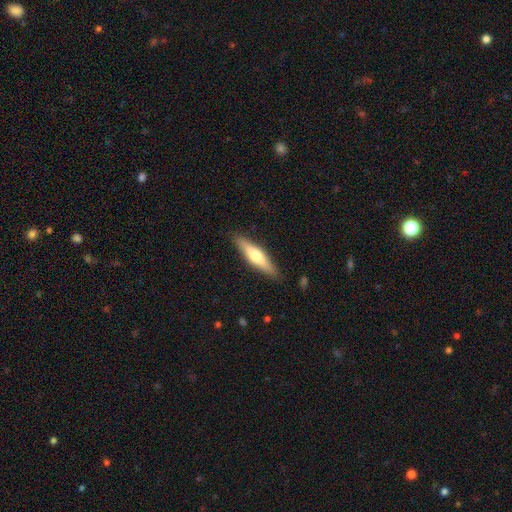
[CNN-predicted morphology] smooth_or_featured: smooth (p=0.51) [alt: featured or disk p=0.43]
how_rounded: cigar-shaped (p=0.74) [alt: in between p=0.25]
merging: none (p=0.88) [alt: minor disturbance p=0.09]